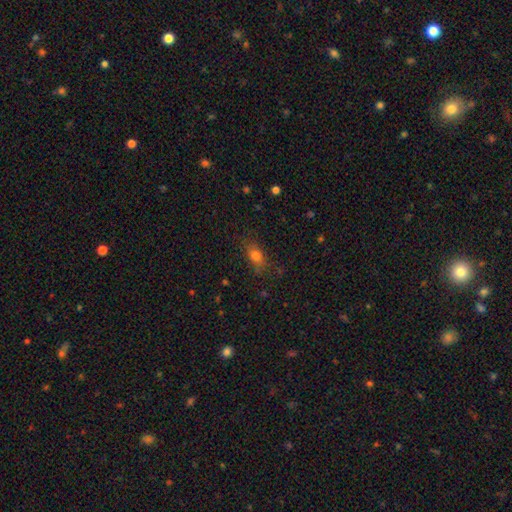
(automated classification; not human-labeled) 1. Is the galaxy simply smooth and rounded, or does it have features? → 77% smooth, 13% star or artifact, 10% featured or disk.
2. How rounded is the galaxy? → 74% in between, 16% round, 10% cigar-shaped.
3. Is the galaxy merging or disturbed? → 76% none, 17% minor disturbance, 6% major disturbance, 2% merger.